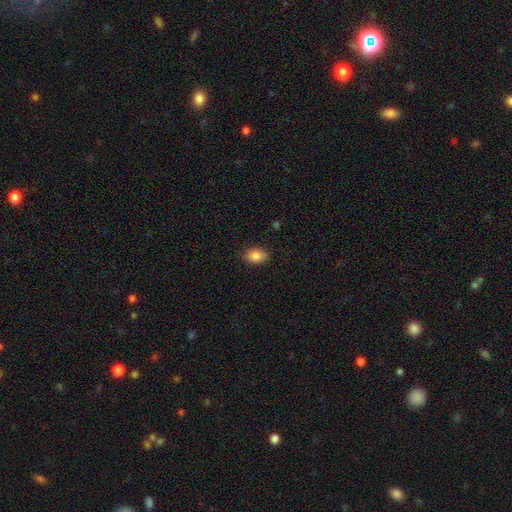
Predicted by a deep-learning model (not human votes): Overall: smooth (86%). How rounded: in between (83%). Merging: none (85%).